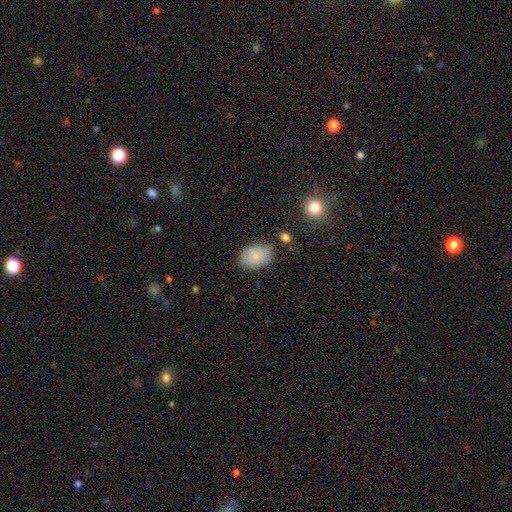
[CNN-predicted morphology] smooth-or-featured: smooth: 84% | featured or disk: 9% | star or artifact: 7%
  how-rounded: in between: 86% | round: 12% | cigar-shaped: 1%
  merging: none: 78% | minor disturbance: 15% | major disturbance: 4% | merger: 3%